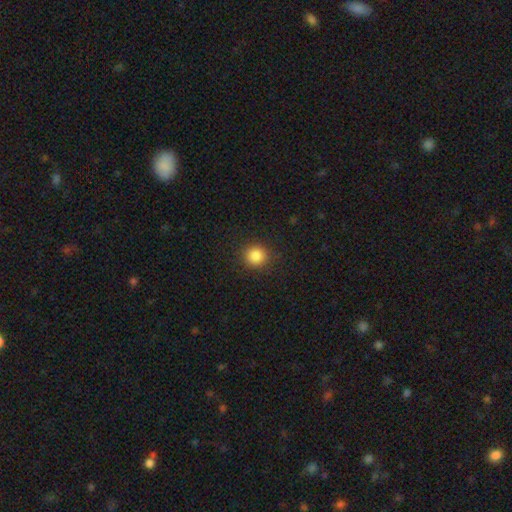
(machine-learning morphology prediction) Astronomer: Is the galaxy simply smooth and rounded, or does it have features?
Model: smooth — 86%.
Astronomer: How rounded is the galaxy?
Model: round — 92%.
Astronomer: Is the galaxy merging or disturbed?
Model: none — 90%.